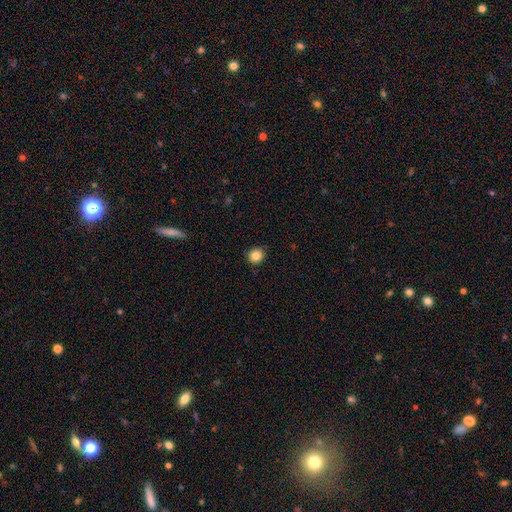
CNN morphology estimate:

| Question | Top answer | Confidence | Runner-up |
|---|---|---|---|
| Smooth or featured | smooth | 85% | star or artifact (11%) |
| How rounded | round | 87% | in between (12%) |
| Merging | none | 89% | minor disturbance (8%) |